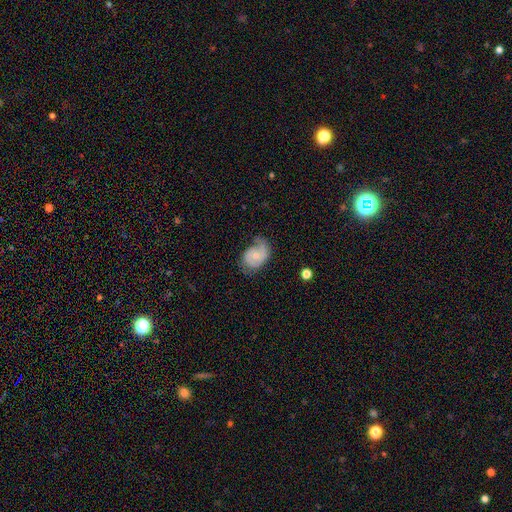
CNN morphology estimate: type=featured or disk (68%); edge-on=no (97%); bar=no (67%); spiral arms=yes (89%); winding=medium (43%); arm count=2 (62%); bulge=small (54%); merging=none (53%).